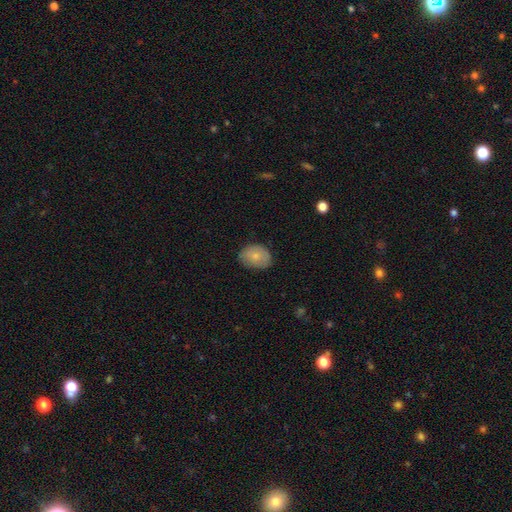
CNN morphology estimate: The model was most divided on "how rounded": in between: 64%, round: 35%, cigar-shaped: 1%. More confident: smooth or featured — smooth (77%); merging — none (77%).